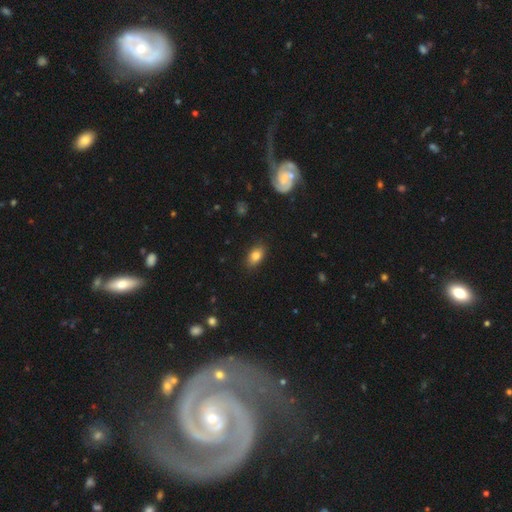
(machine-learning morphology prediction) smooth-or-featured: smooth: 81% | featured or disk: 10% | star or artifact: 9%
  how-rounded: in between: 87% | round: 10% | cigar-shaped: 3%
  merging: none: 86% | minor disturbance: 10% | major disturbance: 2% | merger: 1%